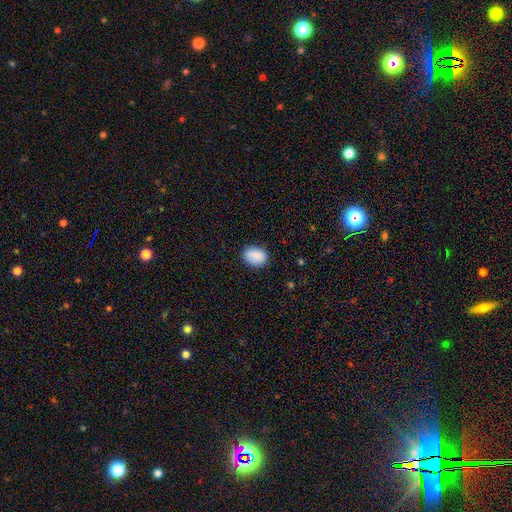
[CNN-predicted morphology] A smooth galaxy with no disk features (89%) that is in between round and cigar-shaped (74%).

Vote fractions:
- Smooth or featured? smooth: 89% / star or artifact: 7% / featured or disk: 4%
- How rounded? in between: 74% / round: 25% / cigar-shaped: 1%
- Merging? none: 85% / minor disturbance: 11% / major disturbance: 3% / merger: 1%